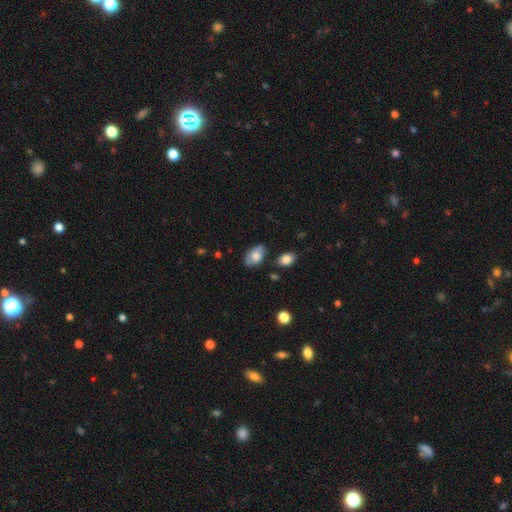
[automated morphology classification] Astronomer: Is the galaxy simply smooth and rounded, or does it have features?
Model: smooth — 63%.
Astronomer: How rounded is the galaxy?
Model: in between — 91%.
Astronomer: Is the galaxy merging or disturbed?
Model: none — 67%.